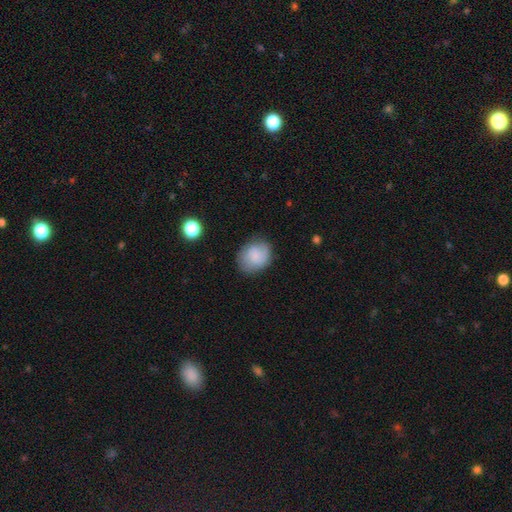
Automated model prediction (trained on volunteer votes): smooth_or_featured: smooth (p=0.79) [alt: featured or disk p=0.14]
how_rounded: round (p=0.58) [alt: in between p=0.41]
merging: none (p=0.77) [alt: minor disturbance p=0.17]